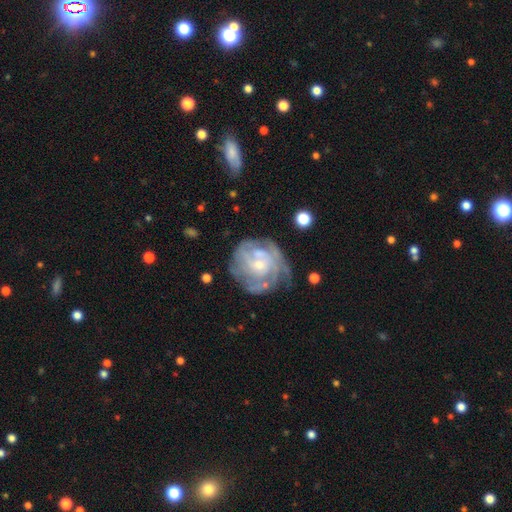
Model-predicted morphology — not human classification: A featured or disk galaxy (79%) with no bar (73%), tight (67%) spiral arms (84%) and a small central bulge (62%).

Vote fractions:
- Smooth or featured? featured or disk: 79% / smooth: 14% / star or artifact: 7%
- Edge-on disk? no: 97% / yes: 3%
- Bar? no: 73% / weak: 23% / strong: 4%
- Spiral arms? yes: 84% / no: 16%
- Spiral winding? tight: 67% / medium: 25% / loose: 8%
- Spiral arm count? can't tell: 50% / 3: 15% / 4: 13% / 2: 12% / more than 4: 6% / 1: 5%
- Bulge size? small: 62% / moderate: 32% / none: 3% / large: 2% / dominant: 1%
- Merging? none: 64% / minor disturbance: 20% / major disturbance: 12% / merger: 4%